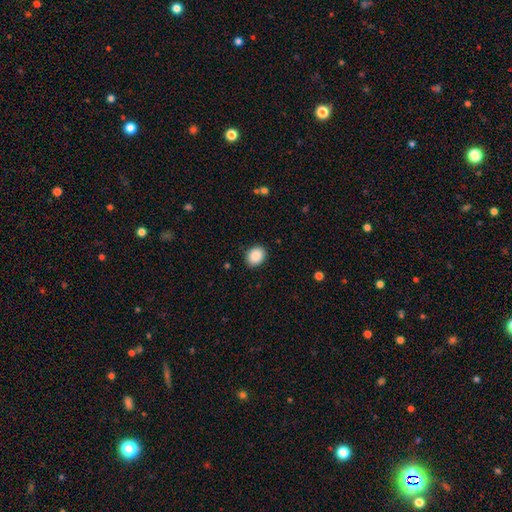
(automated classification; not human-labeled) A smooth galaxy with no disk features (89%) that is round (53%). Merging: none (89%).